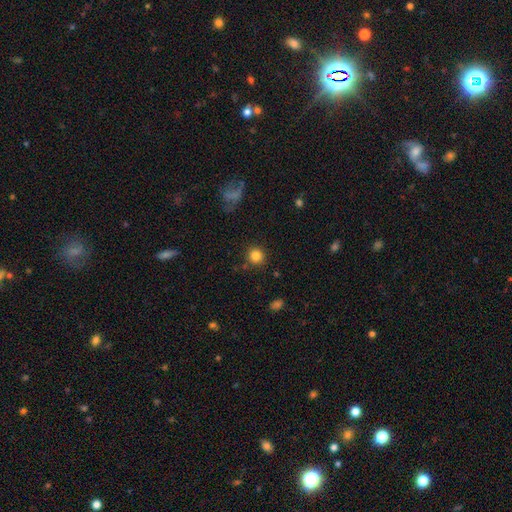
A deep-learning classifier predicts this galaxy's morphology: A smooth galaxy with no disk features (83%) that is round (93%). Merging: none (85%).